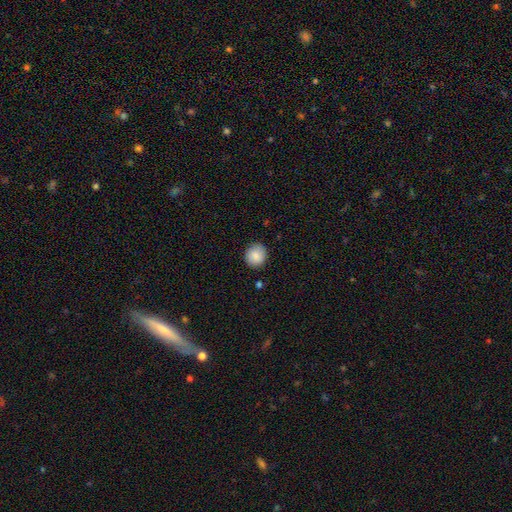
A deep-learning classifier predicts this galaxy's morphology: Smooth or featured?
  - smooth: 86% *
  - star or artifact: 8%
  - featured or disk: 6%
How rounded?
  - round: 86% *
  - in between: 13%
  - cigar-shaped: 1%
Merging?
  - none: 88% *
  - minor disturbance: 9%
  - major disturbance: 2%
  - merger: 1%